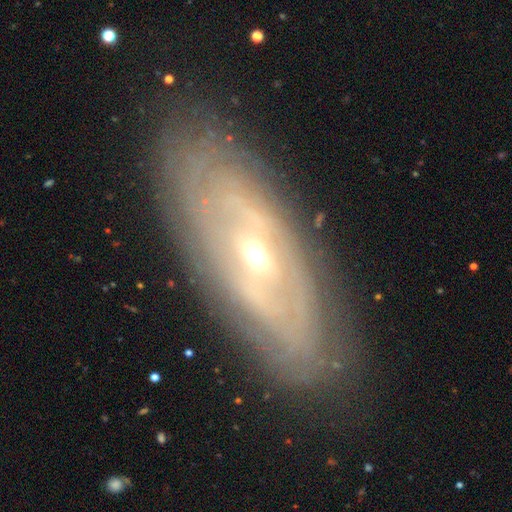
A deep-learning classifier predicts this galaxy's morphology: Smooth or featured? Predicted: featured or disk (p=0.81). Edge-on disk? Predicted: no (p=0.82). Bar? Predicted: no (p=0.54). Spiral arms? Predicted: yes (p=0.75). Spiral winding? Predicted: tight (p=0.76). Spiral arm count? Predicted: can't tell (p=0.62). Bulge size? Predicted: small (p=0.49). Merging? Predicted: none (p=0.84).